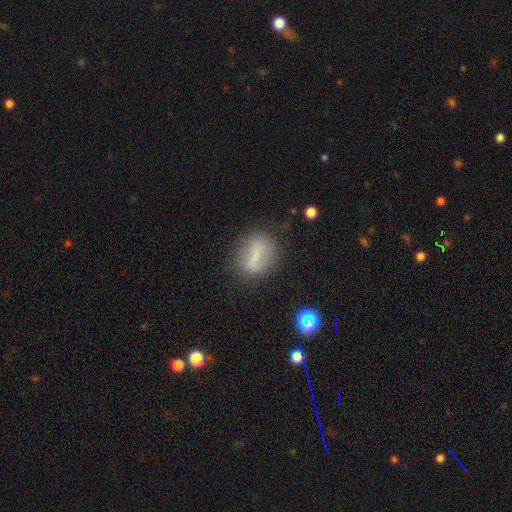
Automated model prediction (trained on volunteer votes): Smooth or featured?
  - smooth: 58% *
  - featured or disk: 30%
  - star or artifact: 12%
How rounded?
  - in between: 52% *
  - round: 38%
  - cigar-shaped: 10%
Merging?
  - none: 74% *
  - minor disturbance: 16%
  - major disturbance: 7%
  - merger: 4%